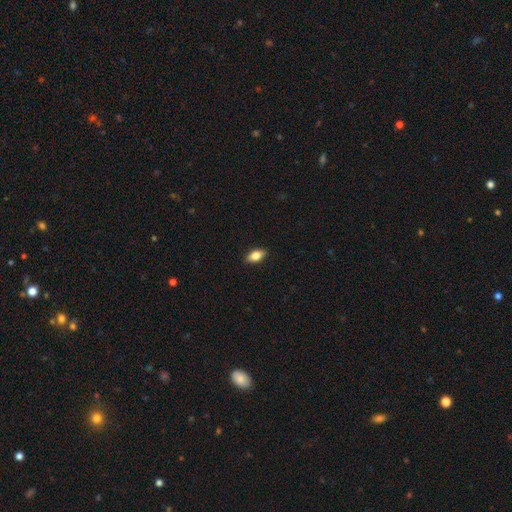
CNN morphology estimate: The model was most divided on "smooth or featured": smooth: 77%, featured or disk: 16%, star or artifact: 7%. More confident: merging — none (89%); how rounded — in between (88%).